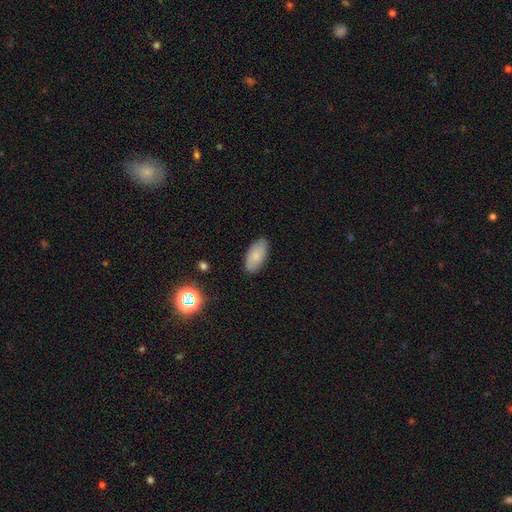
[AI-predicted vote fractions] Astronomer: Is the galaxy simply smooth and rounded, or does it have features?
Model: smooth — 84%.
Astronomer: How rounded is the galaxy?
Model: in between — 91%.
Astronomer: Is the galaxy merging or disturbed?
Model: none — 84%.